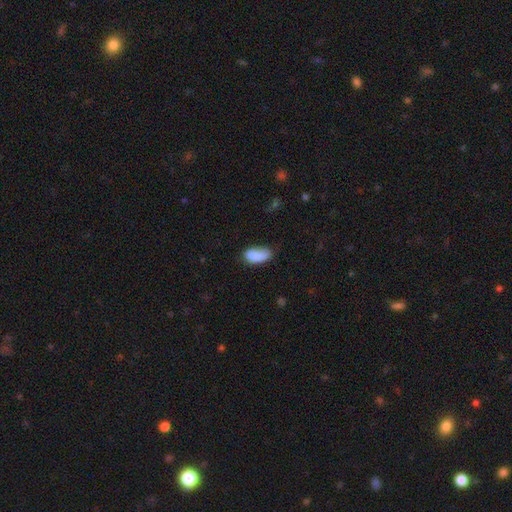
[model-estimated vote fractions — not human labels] A smooth galaxy with no disk features (84%) that is in between round and cigar-shaped (89%). Merging: none (53%).